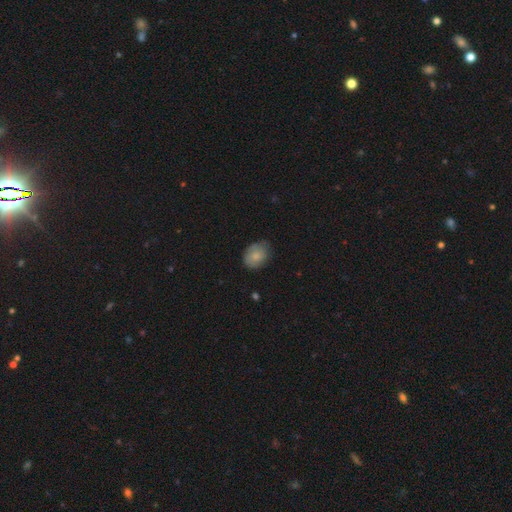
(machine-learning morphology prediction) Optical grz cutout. It shows a smooth galaxy with no disk features (81%) that is in between round and cigar-shaped (66%). Merging: none (67%).